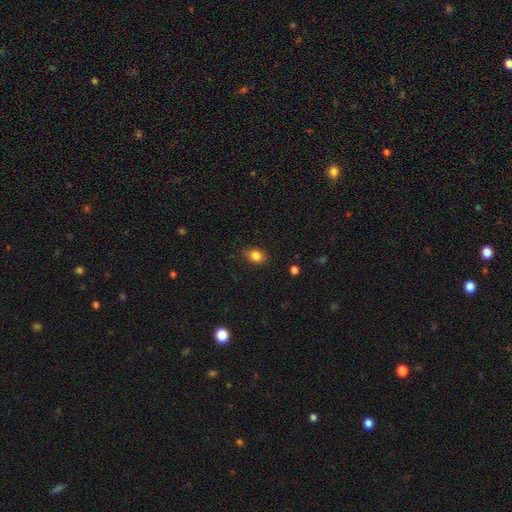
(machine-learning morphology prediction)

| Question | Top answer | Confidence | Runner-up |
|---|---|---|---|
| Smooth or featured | smooth | 84% | star or artifact (11%) |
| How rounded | in between | 57% | round (42%) |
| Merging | none | 84% | minor disturbance (12%) |